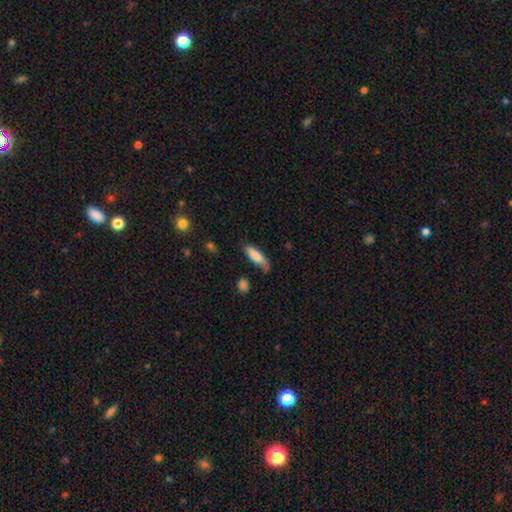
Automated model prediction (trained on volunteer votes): Overall: smooth (80%). How rounded: cigar-shaped (56%; in between 42%). Merging: none (56%; minor disturbance 30%).